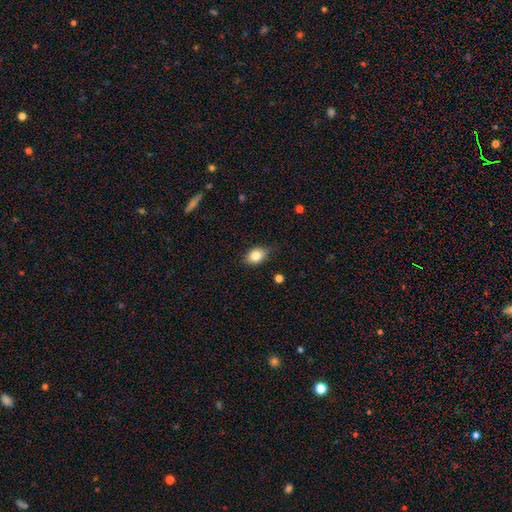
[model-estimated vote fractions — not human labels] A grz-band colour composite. It shows a smooth galaxy with no disk features (82%) that is in between round and cigar-shaped (76%). Merging: none (79%).